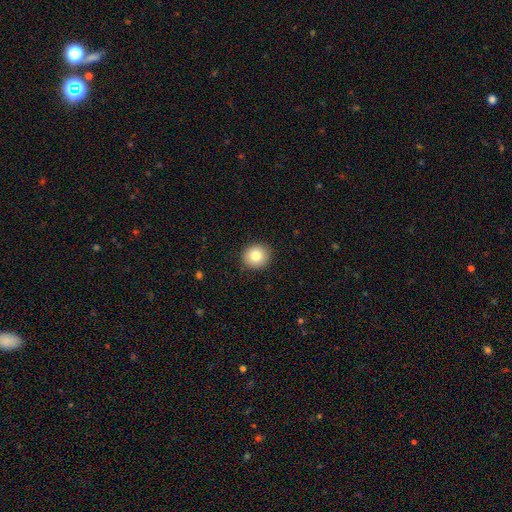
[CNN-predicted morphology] The model was most divided on "how rounded": round: 85%, in between: 14%, cigar-shaped: 1%. More confident: merging — none (90%); smooth or featured — smooth (82%).